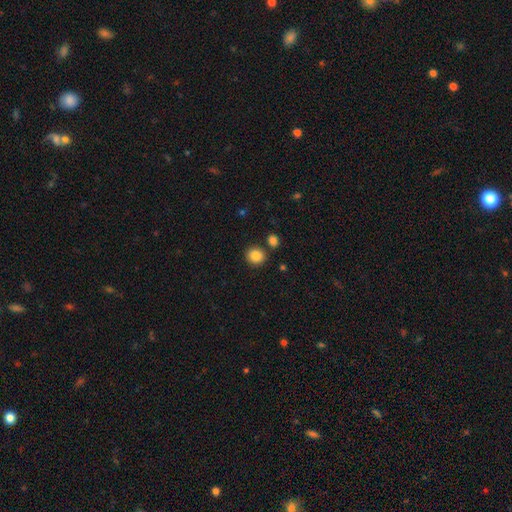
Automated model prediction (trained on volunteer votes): A smooth galaxy with no disk features (86%) that is round (84%).

Vote fractions:
- Smooth or featured? smooth: 86% / star or artifact: 9% / featured or disk: 4%
- How rounded? round: 84% / in between: 15% / cigar-shaped: 1%
- Merging? none: 83% / minor disturbance: 7% / merger: 7% / major disturbance: 2%